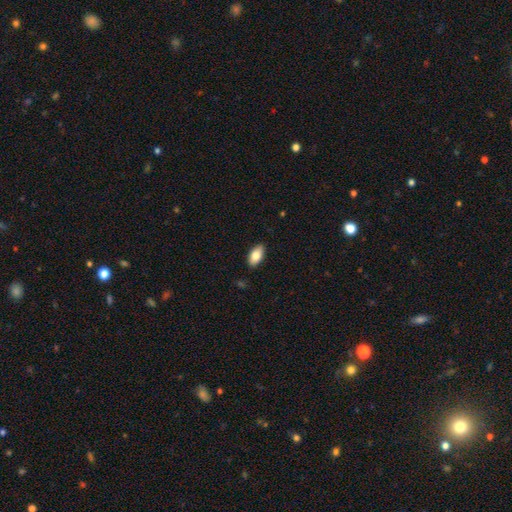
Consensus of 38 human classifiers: Volunteers were most divided on "merging": none: 75%, minor disturbance: 19%, major disturbance: 3%, merger: 3%. More confident: how rounded — in between (87%); smooth or featured — smooth (82%).